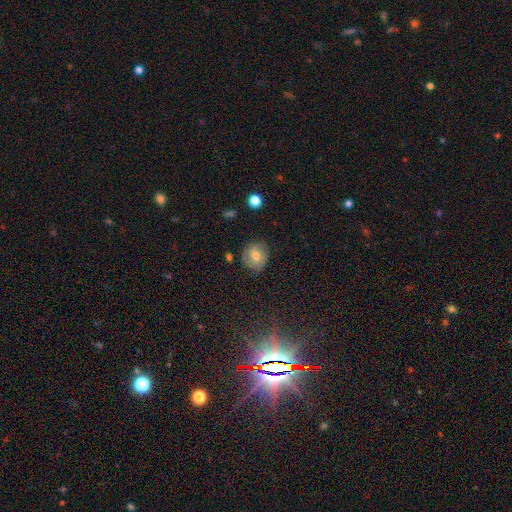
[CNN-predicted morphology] smooth 55%, featured or disk 34%, star or artifact 11%. Down the decision tree: how rounded — round (83%); merging — none (78%).